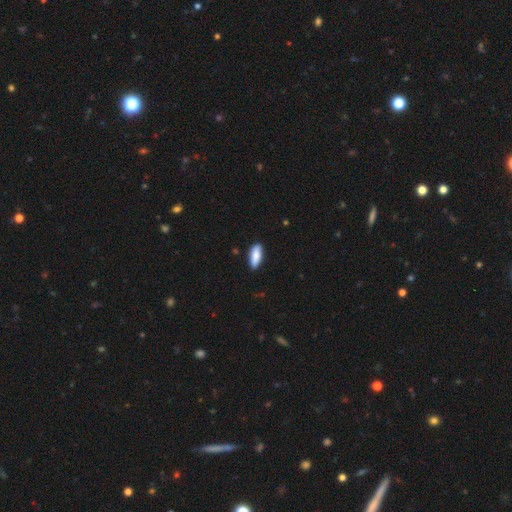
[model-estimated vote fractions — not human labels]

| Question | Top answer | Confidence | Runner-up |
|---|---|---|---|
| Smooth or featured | smooth | 87% | featured or disk (7%) |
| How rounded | in between | 73% | cigar-shaped (25%) |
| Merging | none | 87% | minor disturbance (10%) |